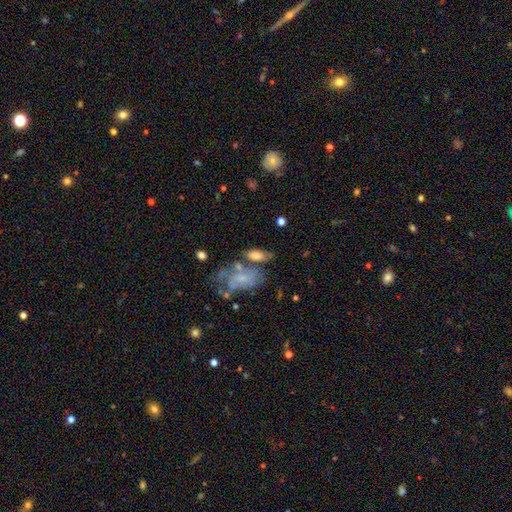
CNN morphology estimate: Smooth or featured: smooth — 63% (featured or disk — 28%)
How rounded: in between — 83% (cigar-shaped — 10%)
Merging: none — 42% (merger — 25%)